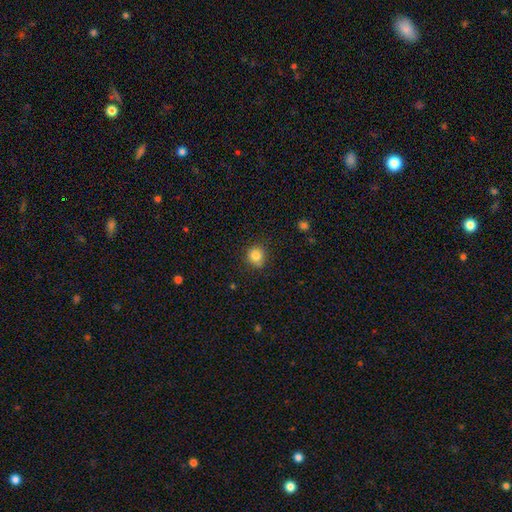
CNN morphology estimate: Smooth or featured?
  - smooth: 83% *
  - star or artifact: 11%
  - featured or disk: 6%
How rounded?
  - round: 85% *
  - in between: 14%
  - cigar-shaped: 1%
Merging?
  - none: 77% *
  - minor disturbance: 16%
  - major disturbance: 4%
  - merger: 3%